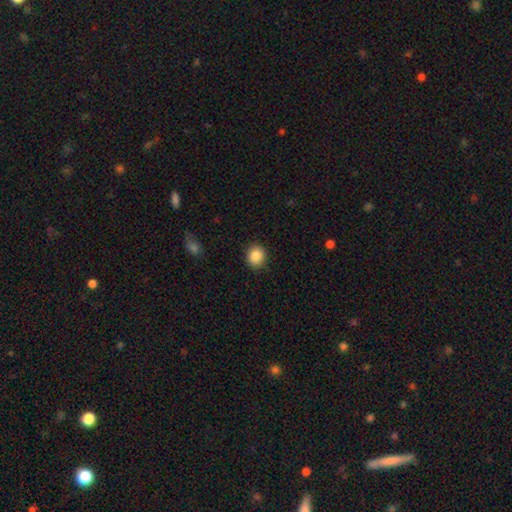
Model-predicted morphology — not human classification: Smooth or featured: smooth — 86% (star or artifact — 9%)
How rounded: round — 77% (in between — 22%)
Merging: none — 89% (minor disturbance — 8%)